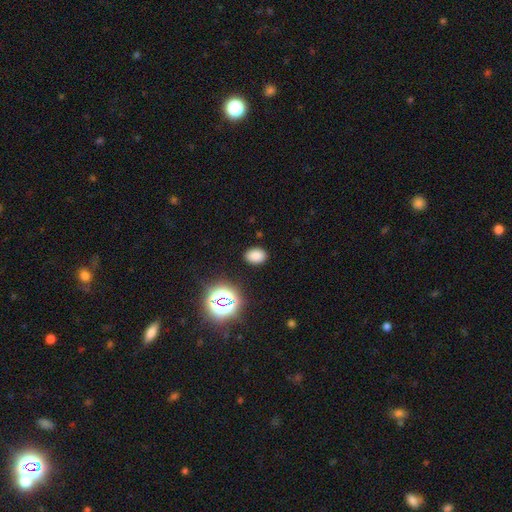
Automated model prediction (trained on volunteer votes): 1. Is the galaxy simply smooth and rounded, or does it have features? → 77% smooth, 18% star or artifact, 5% featured or disk.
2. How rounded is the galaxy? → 75% in between, 24% round, 1% cigar-shaped.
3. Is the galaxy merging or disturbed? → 87% none, 9% minor disturbance, 3% major disturbance, 1% merger.